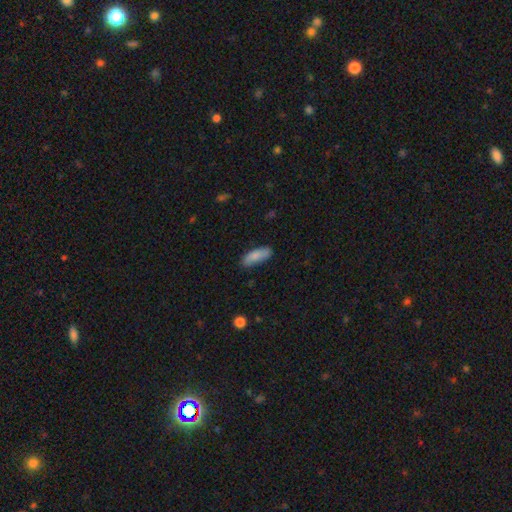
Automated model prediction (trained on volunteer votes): This appears to be a smooth galaxy with no disk features (85%) that is in between round and cigar-shaped (66%). Merging: none (79%).